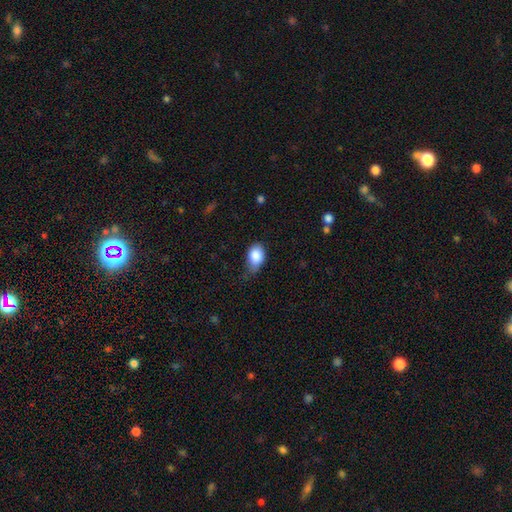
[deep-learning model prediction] Q: Smooth or featured?
A: smooth (86%); runner-up: star or artifact (7%)
Q: How rounded?
A: in between (79%); runner-up: round (19%)
Q: Merging?
A: minor disturbance (44%); runner-up: none (42%)